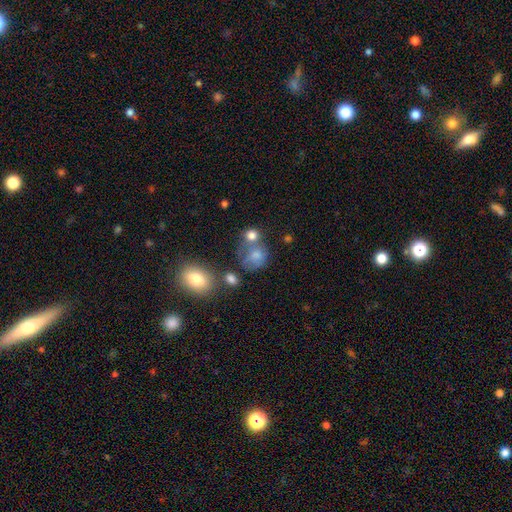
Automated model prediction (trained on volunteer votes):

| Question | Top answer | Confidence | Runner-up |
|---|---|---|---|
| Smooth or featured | smooth | 73% | featured or disk (14%) |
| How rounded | round | 66% | in between (33%) |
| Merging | none | 39% | merger (28%) |